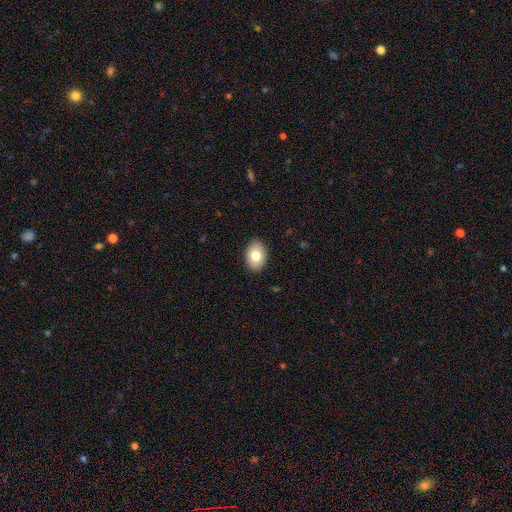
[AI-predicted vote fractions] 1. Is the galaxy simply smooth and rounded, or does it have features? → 79% smooth, 14% featured or disk, 8% star or artifact.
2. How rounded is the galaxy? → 82% in between, 17% round, 1% cigar-shaped.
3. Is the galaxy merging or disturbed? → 89% none, 8% minor disturbance, 2% major disturbance, 1% merger.